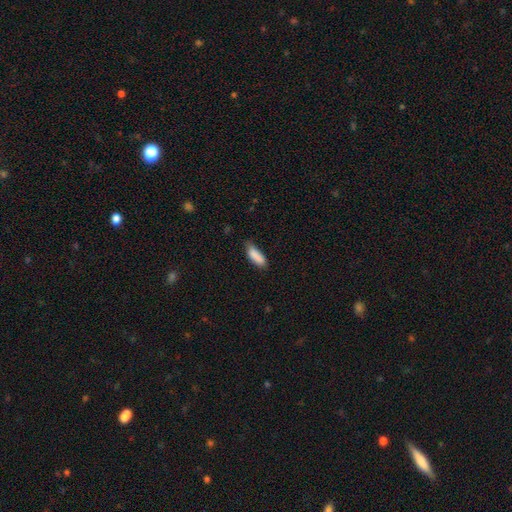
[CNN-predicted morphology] A smooth galaxy with no disk features (87%) that is in between round and cigar-shaped (59%).

Vote fractions:
- Smooth or featured? smooth: 87% / star or artifact: 7% / featured or disk: 6%
- How rounded? in between: 59% / cigar-shaped: 39% / round: 2%
- Merging? none: 63% / minor disturbance: 30% / major disturbance: 5% / merger: 2%